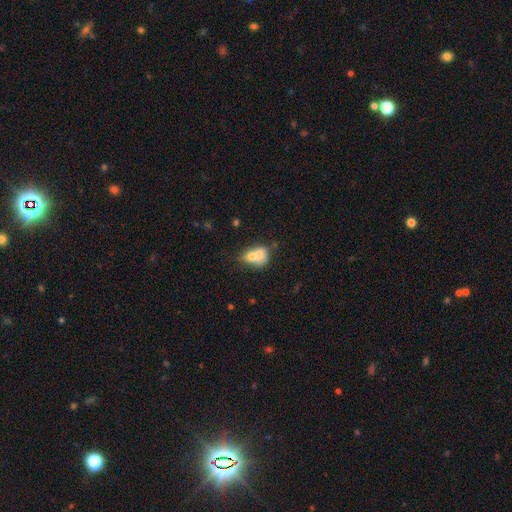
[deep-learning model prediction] This is likely a smooth galaxy (70%). How rounded: possibly in between (55%). Merging: likely merger (68%).